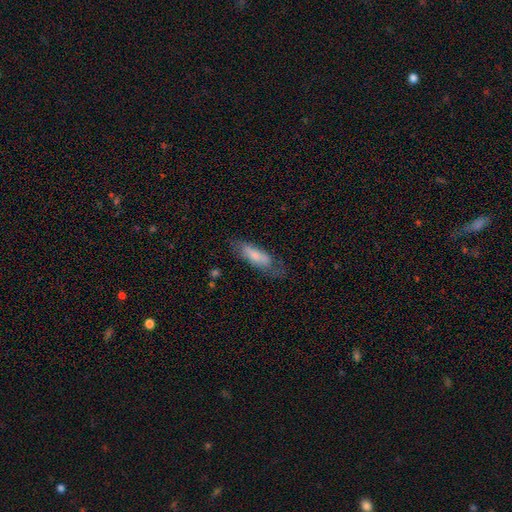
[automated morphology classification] type=smooth (67%); roundness=in between (50%); merging=none (57%).